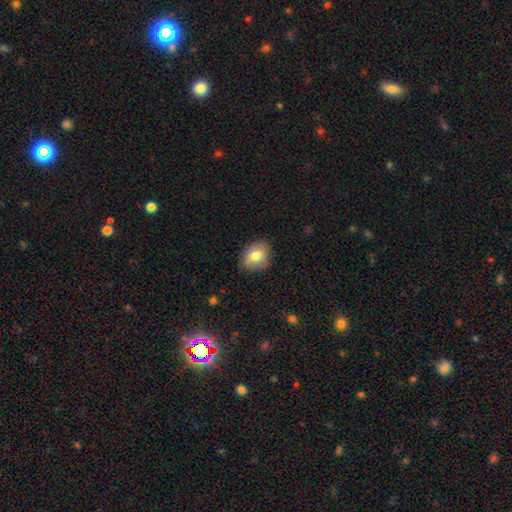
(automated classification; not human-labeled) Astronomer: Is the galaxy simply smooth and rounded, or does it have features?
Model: smooth — 76%.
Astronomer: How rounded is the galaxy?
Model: in between — 56% (runner-up: round, 43%).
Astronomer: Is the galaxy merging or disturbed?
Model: none — 75%.